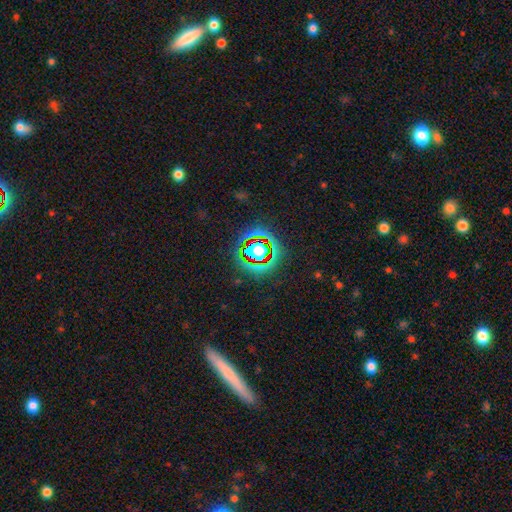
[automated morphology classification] smooth_or_featured: star or artifact (p=0.72) [alt: smooth p=0.17]